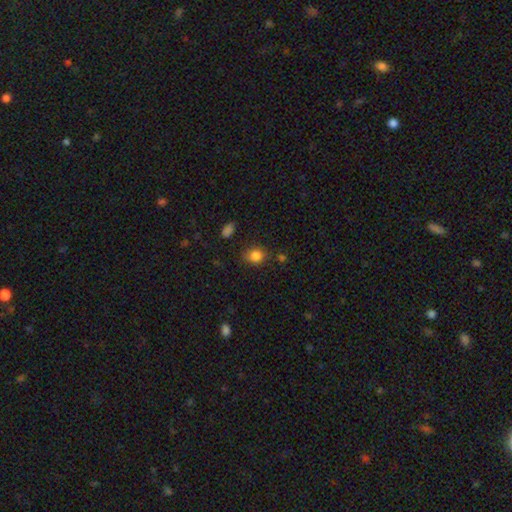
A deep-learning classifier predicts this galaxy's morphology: This is clearly a smooth galaxy (83%). How rounded: likely round (62%). Merging: likely none (75%).